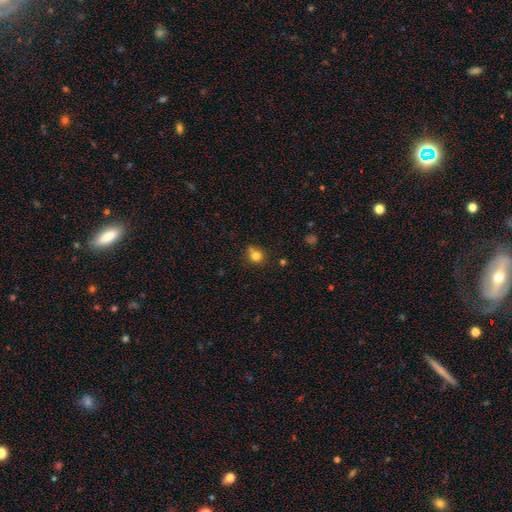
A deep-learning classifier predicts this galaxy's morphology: A smooth galaxy with no disk features (80%) that is round (80%).

Vote fractions:
- Smooth or featured? smooth: 80% / star or artifact: 13% / featured or disk: 7%
- How rounded? round: 80% / in between: 19% / cigar-shaped: 1%
- Merging? none: 67% / minor disturbance: 19% / merger: 10% / major disturbance: 5%